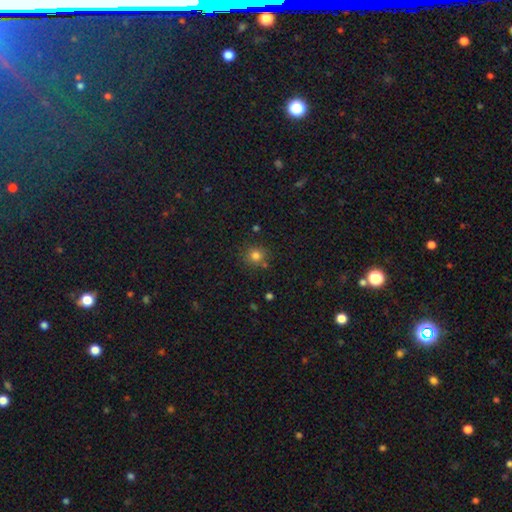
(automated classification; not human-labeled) Overall: smooth (79%). How rounded: round (91%). Merging: none (80%).